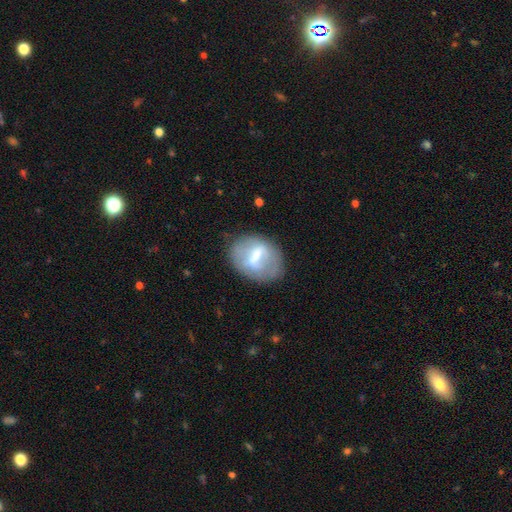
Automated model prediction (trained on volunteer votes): A featured or disk galaxy (56%) with a strong bar (61%), no spiral arms (79%) and a moderate central bulge (43%). Merging: none (73%).